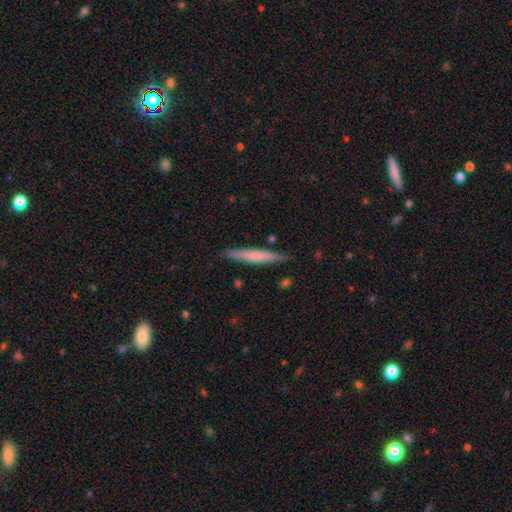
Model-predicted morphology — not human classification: smooth 63%, featured or disk 31%, star or artifact 5%. Down the decision tree: how rounded — cigar-shaped (94%); merging — none (87%).